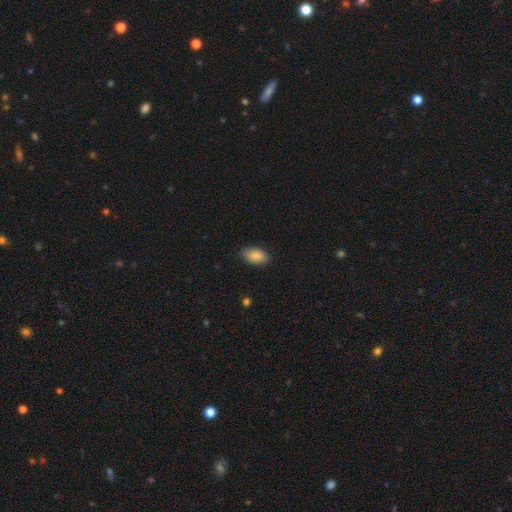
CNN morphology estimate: smooth_or_featured: smooth (p=0.87) [alt: star or artifact p=0.07]
how_rounded: in between (p=0.93) [alt: round p=0.04]
merging: none (p=0.84) [alt: minor disturbance p=0.13]